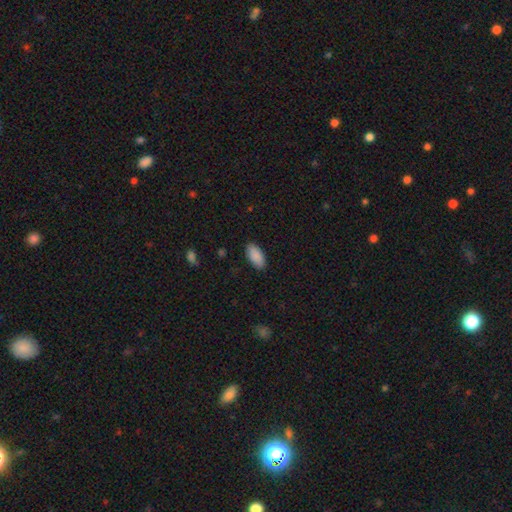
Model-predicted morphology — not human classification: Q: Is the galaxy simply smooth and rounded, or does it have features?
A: smooth — 90%.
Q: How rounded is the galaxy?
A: in between — 93%.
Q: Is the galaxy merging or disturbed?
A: none — 88%.